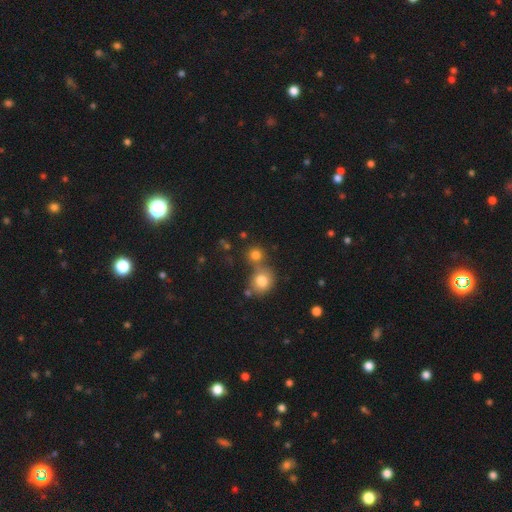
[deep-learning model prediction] Smooth or featured? Predicted: smooth (p=0.73). How rounded? Predicted: round (p=0.87). Merging? Predicted: none (p=0.58).